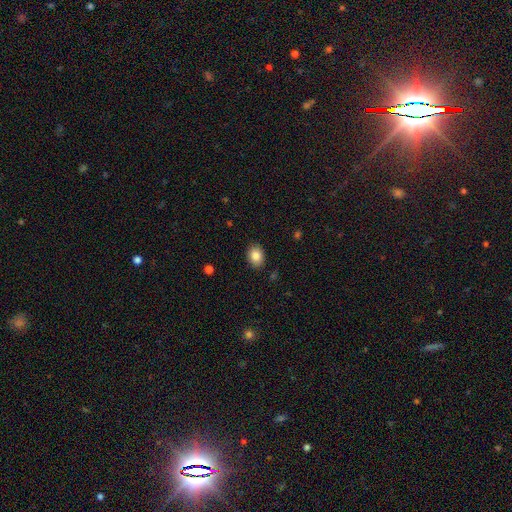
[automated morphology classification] Q: Smooth or featured?
A: smooth (85%); runner-up: star or artifact (9%)
Q: How rounded?
A: in between (63%); runner-up: round (36%)
Q: Merging?
A: none (88%); runner-up: minor disturbance (9%)